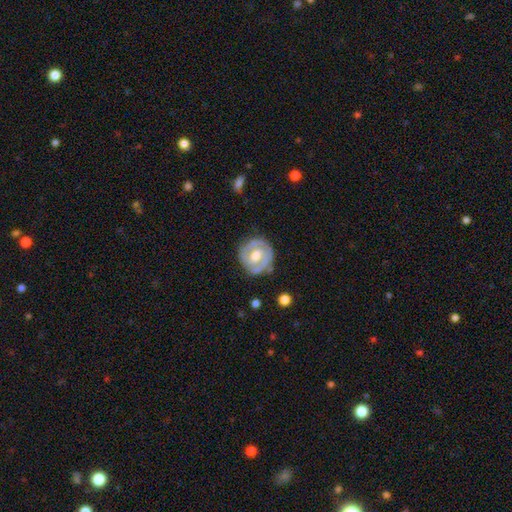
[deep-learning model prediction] Smooth or featured?
  - featured or disk: 77% *
  - smooth: 18%
  - star or artifact: 5%
Edge-on disk?
  - no: 97% *
  - yes: 3%
Bar?
  - no: 43% * (tied)
  - weak: 43% * (tied)
  - strong: 14%
Spiral arms?
  - yes: 81% *
  - no: 19%
Spiral winding?
  - tight: 64% *
  - medium: 28%
  - loose: 8%
Spiral arm count?
  - 2: 64% *
  - can't tell: 17%
  - 1: 10%
  - 3: 5%
  - 4: 2%
  - more than 4: 2%
Bulge size?
  - moderate: 70% *
  - large: 15%
  - small: 12%
  - none: 2%
  - dominant: 1%
Merging?
  - none: 76% *
  - minor disturbance: 17%
  - major disturbance: 5%
  - merger: 2%